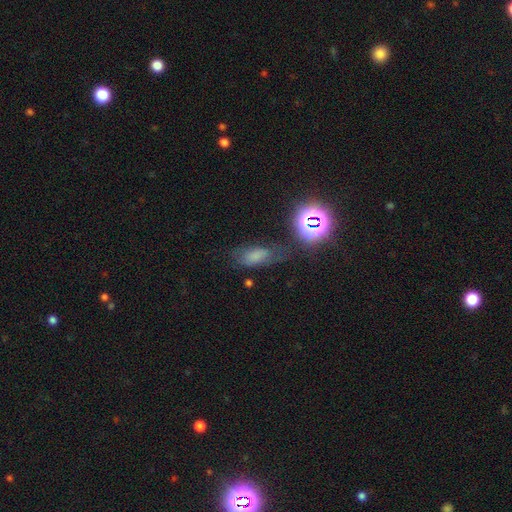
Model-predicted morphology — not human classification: The model was most divided on "merging": none: 56%, minor disturbance: 25%, major disturbance: 13%, merger: 5%. More confident: how rounded — in between (79%); smooth or featured — smooth (58%).